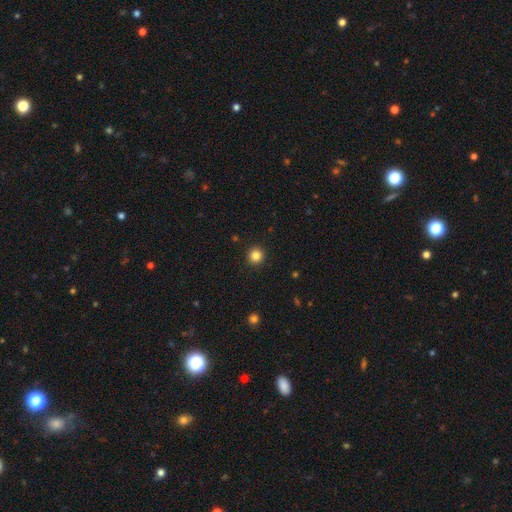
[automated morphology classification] type=smooth (85%); roundness=round (95%); merging=none (93%).